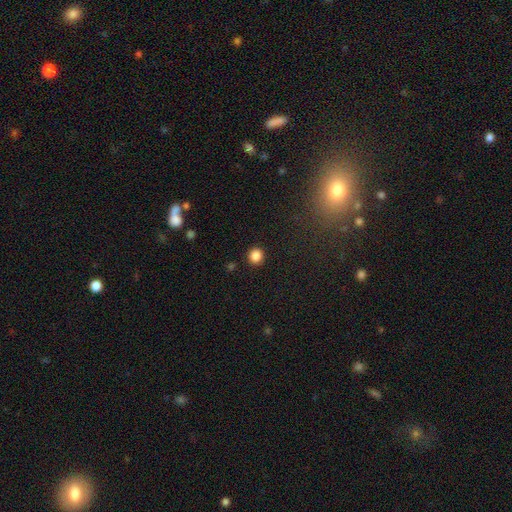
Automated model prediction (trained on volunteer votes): This is clearly a smooth galaxy (85%). How rounded: clearly round (93%). Merging: clearly none (92%).